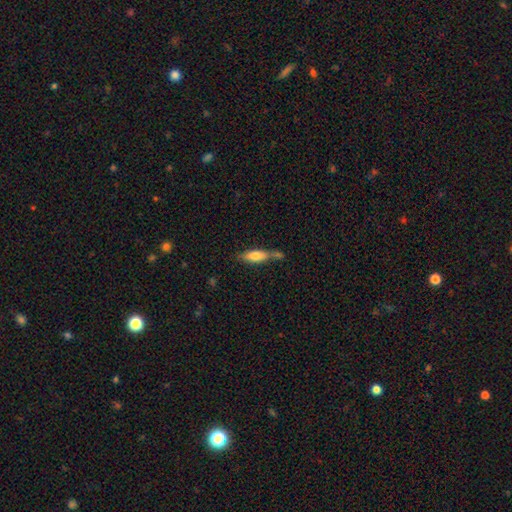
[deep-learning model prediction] smooth_or_featured: smooth (p=0.70) [alt: featured or disk p=0.24]
how_rounded: in between (p=0.49) [alt: cigar-shaped p=0.48]
merging: none (p=0.45) [alt: merger p=0.24]